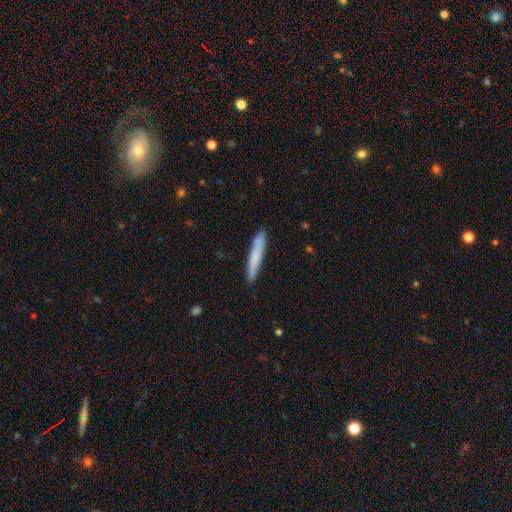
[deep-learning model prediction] This is likely a smooth galaxy (73%). How rounded: clearly cigar-shaped (95%). Merging: clearly none (87%).